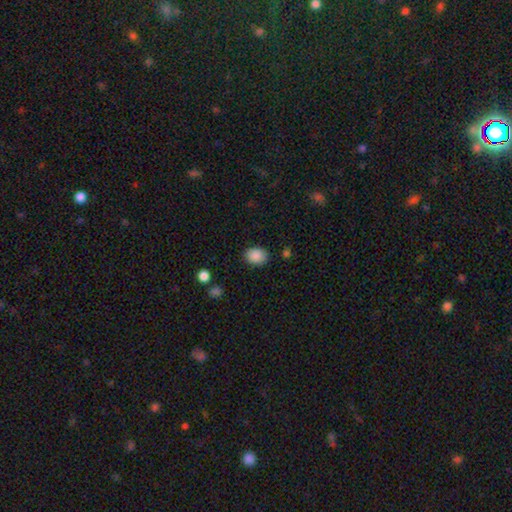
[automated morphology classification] Smooth or featured?
  - smooth: 88% *
  - star or artifact: 8%
  - featured or disk: 3%
How rounded?
  - in between: 59% *
  - round: 40%
  - cigar-shaped: 1%
Merging?
  - none: 84% *
  - minor disturbance: 12%
  - major disturbance: 3%
  - merger: 2%